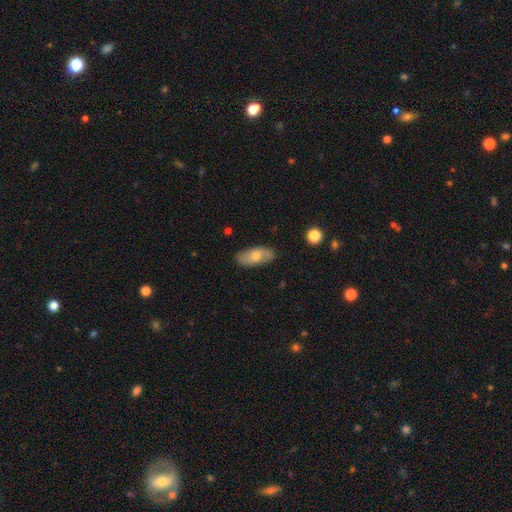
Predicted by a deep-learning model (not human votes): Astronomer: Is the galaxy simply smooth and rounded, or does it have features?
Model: smooth — 60%.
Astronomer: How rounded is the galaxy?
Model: in between — 87%.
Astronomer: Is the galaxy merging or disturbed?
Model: none — 83%.